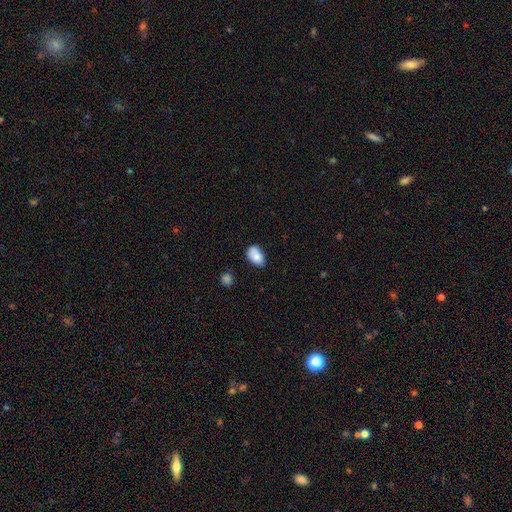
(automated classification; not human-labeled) The model was most divided on "merging": none: 53%, minor disturbance: 30%, merger: 11%, major disturbance: 7%. More confident: how rounded — in between (89%); smooth or featured — smooth (81%).